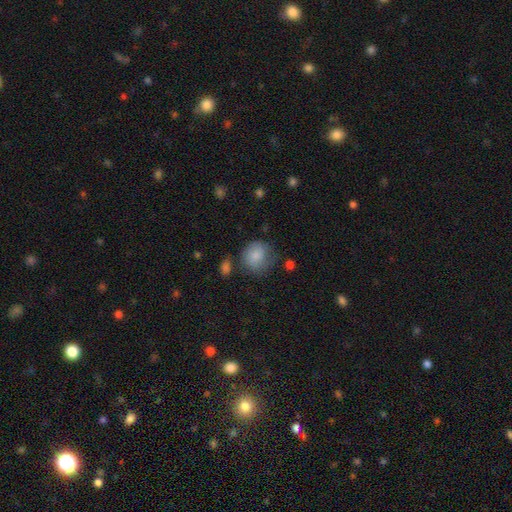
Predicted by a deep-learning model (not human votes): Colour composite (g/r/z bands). It shows a smooth galaxy with no disk features (80%) that is round (75%). Merging: none (55%).